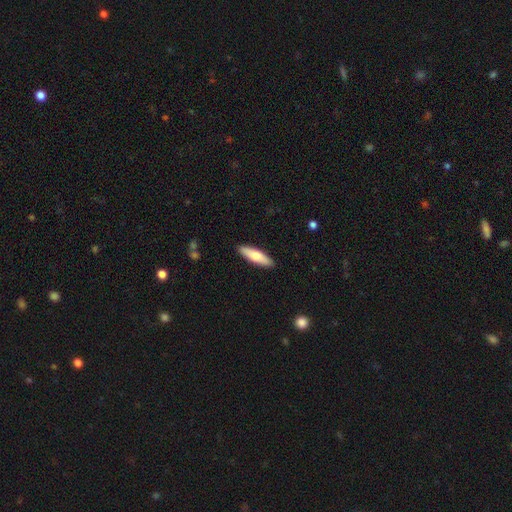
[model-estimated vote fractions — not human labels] A smooth galaxy with no disk features (69%) that is cigar-shaped (63%). Merging: none (90%).